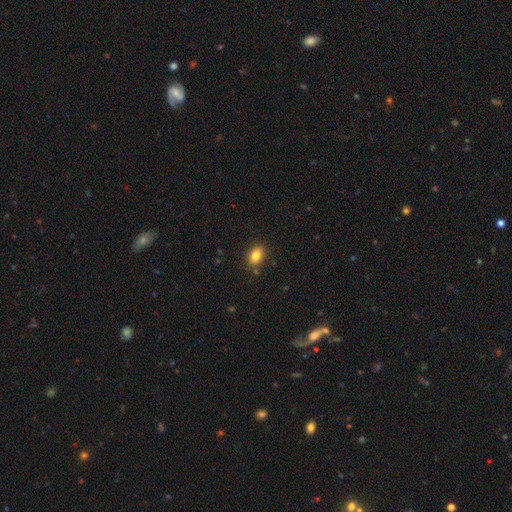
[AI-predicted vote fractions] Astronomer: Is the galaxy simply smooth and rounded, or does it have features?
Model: smooth — 83%.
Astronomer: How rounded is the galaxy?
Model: in between — 80%.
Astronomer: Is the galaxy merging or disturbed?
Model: none — 84%.